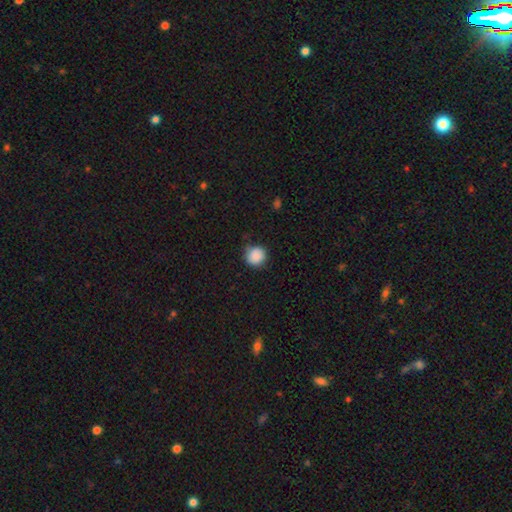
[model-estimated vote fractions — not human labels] smooth-or-featured: smooth: 89% | star or artifact: 8% | featured or disk: 3%
  how-rounded: round: 91% | in between: 8% | cigar-shaped: 1%
  merging: none: 81% | minor disturbance: 14% | major disturbance: 3% | merger: 1%